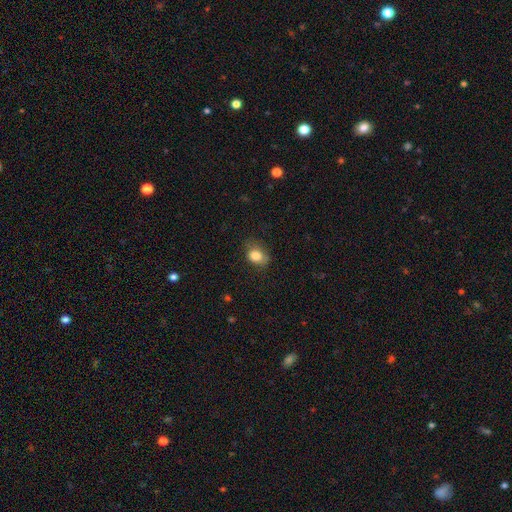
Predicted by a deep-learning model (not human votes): This is clearly a smooth galaxy (84%). How rounded: likely in between (66%). Merging: likely none (66%).